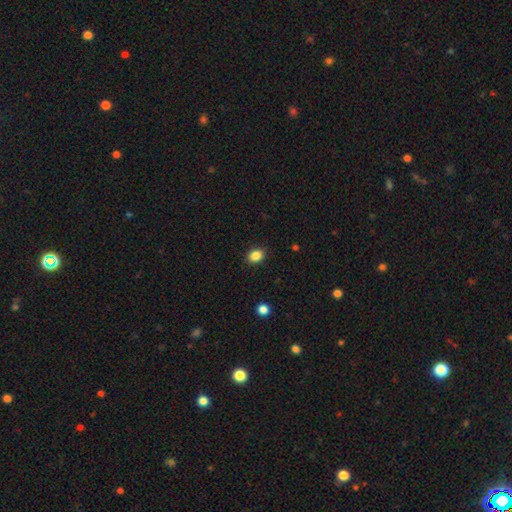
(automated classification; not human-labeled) smooth 86%, star or artifact 10%, featured or disk 4%. Down the decision tree: how rounded — in between (59%); merging — none (88%).